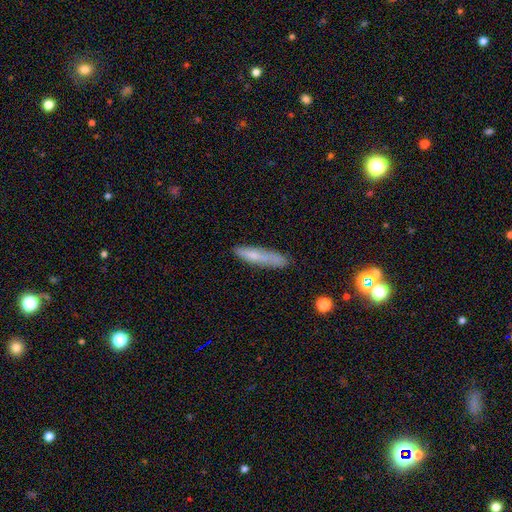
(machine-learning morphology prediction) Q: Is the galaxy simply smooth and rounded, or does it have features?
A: smooth — 70%.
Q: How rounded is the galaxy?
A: cigar-shaped — 85%.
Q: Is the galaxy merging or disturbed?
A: none — 69%.